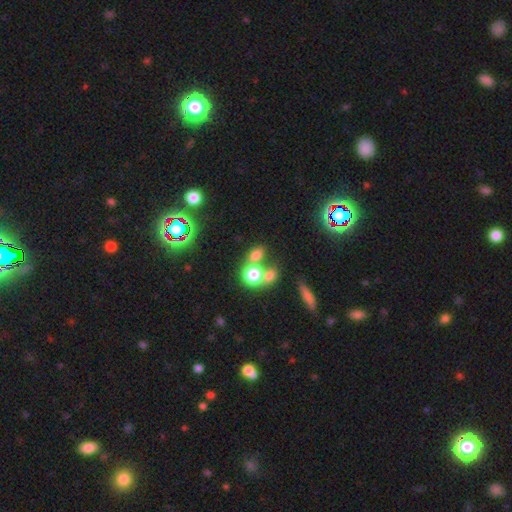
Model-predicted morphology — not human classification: Smooth or featured? Predicted: smooth (p=0.66). How rounded? Predicted: in between (p=0.53). Merging? Predicted: none (p=0.47).